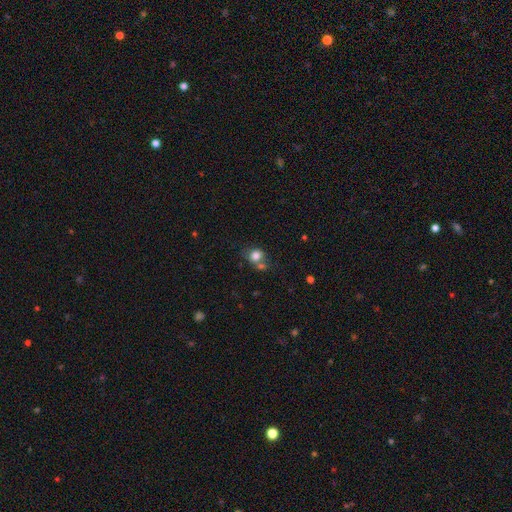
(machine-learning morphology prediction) Smooth or featured: smooth — 79% (star or artifact — 11%)
How rounded: round — 67% (in between — 32%)
Merging: none — 48% (merger — 30%)